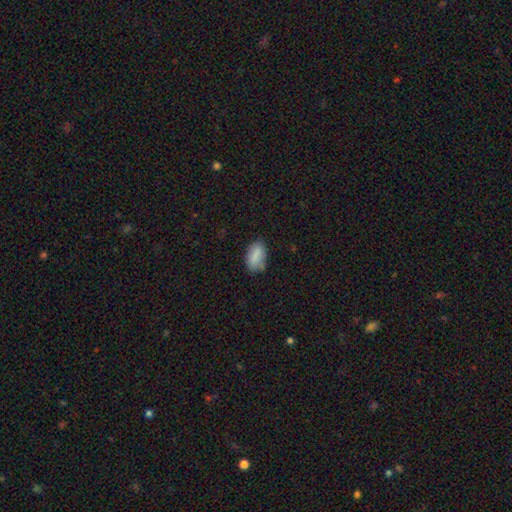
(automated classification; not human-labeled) A smooth galaxy with no disk features (85%) that is in between round and cigar-shaped (91%).

Vote fractions:
- Smooth or featured? smooth: 85% / star or artifact: 8% / featured or disk: 8%
- How rounded? in between: 91% / round: 6% / cigar-shaped: 2%
- Merging? none: 68% / minor disturbance: 25% / major disturbance: 5% / merger: 2%